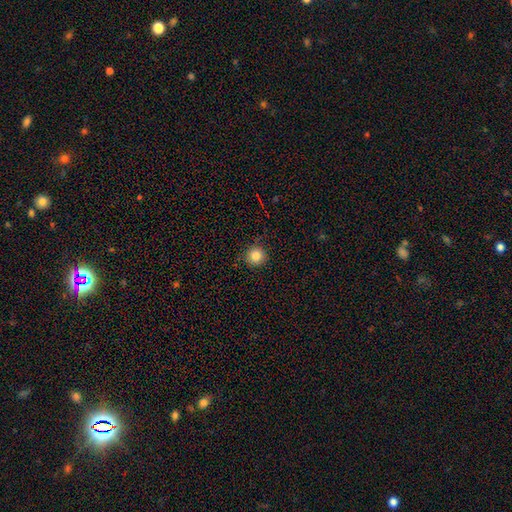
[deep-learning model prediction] Q: Smooth or featured?
A: smooth (83%); runner-up: star or artifact (11%)
Q: How rounded?
A: round (95%); runner-up: in between (4%)
Q: Merging?
A: none (88%); runner-up: minor disturbance (9%)